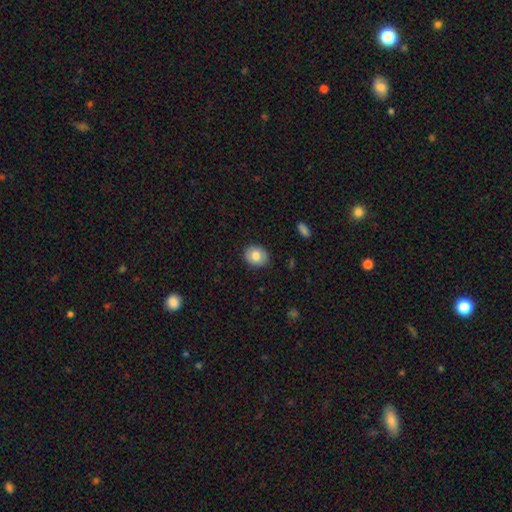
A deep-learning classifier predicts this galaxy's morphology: A smooth galaxy with no disk features (76%) that is round (59%).

Vote fractions:
- Smooth or featured? smooth: 76% / featured or disk: 16% / star or artifact: 8%
- How rounded? round: 59% / in between: 40% / cigar-shaped: 1%
- Merging? none: 88% / minor disturbance: 9% / major disturbance: 2% / merger: 1%